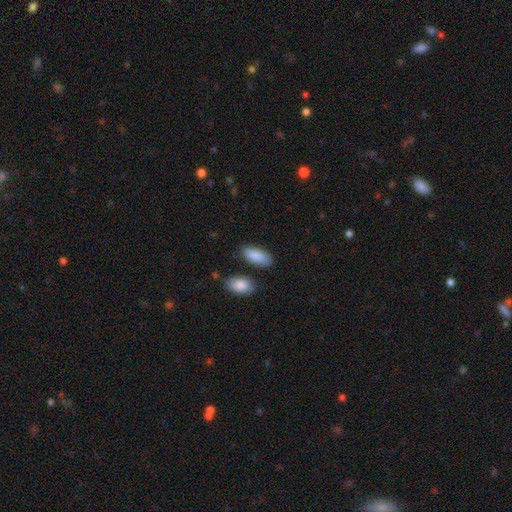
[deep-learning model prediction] A smooth galaxy with no disk features (89%) that is in between round and cigar-shaped (89%). Merging: none (78%).